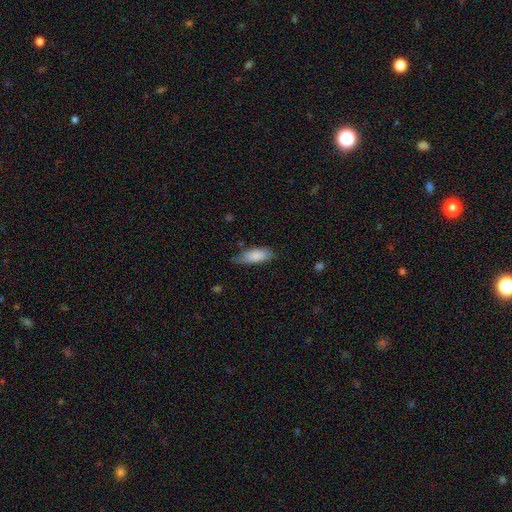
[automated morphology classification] The model was most divided on "merging": none: 63%, minor disturbance: 29%, major disturbance: 5%, merger: 2%. More confident: smooth or featured — smooth (84%); how rounded — in between (74%).